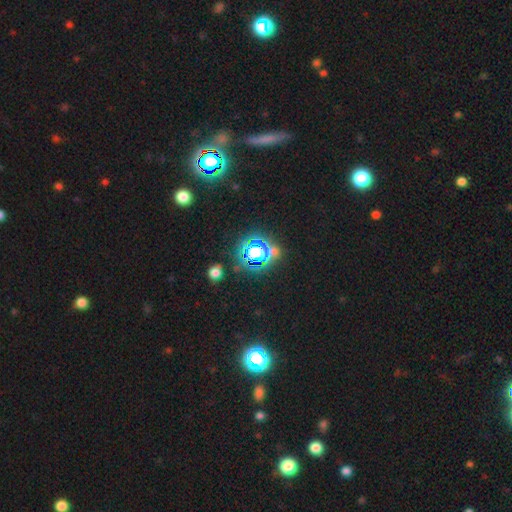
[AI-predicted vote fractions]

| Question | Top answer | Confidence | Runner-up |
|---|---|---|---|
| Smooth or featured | star or artifact | 72% | smooth (18%) |